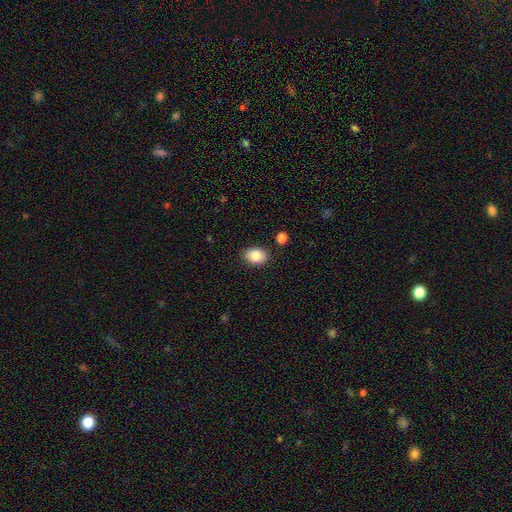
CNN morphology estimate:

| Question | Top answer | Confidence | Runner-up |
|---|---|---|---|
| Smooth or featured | smooth | 85% | star or artifact (8%) |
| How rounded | in between | 75% | round (24%) |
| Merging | none | 87% | minor disturbance (9%) |